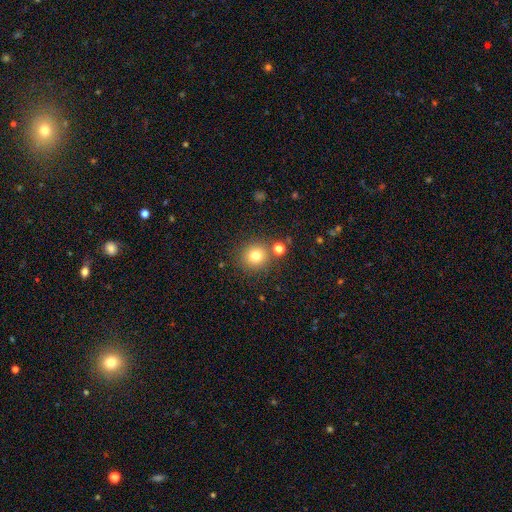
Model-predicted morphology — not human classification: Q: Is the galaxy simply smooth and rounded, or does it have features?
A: smooth — 79%.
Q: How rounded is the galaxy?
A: round — 90%.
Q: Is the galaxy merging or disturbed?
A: none — 80%.